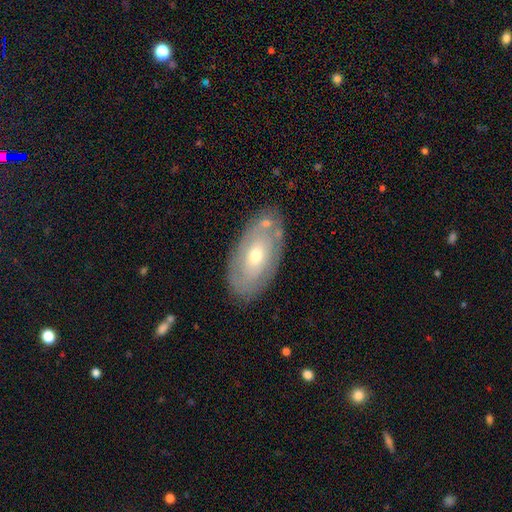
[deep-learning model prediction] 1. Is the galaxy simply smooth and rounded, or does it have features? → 56% featured or disk, 38% smooth, 6% star or artifact.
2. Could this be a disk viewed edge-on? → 89% no, 11% yes.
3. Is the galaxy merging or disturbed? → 77% none, 15% minor disturbance, 5% merger, 4% major disturbance.